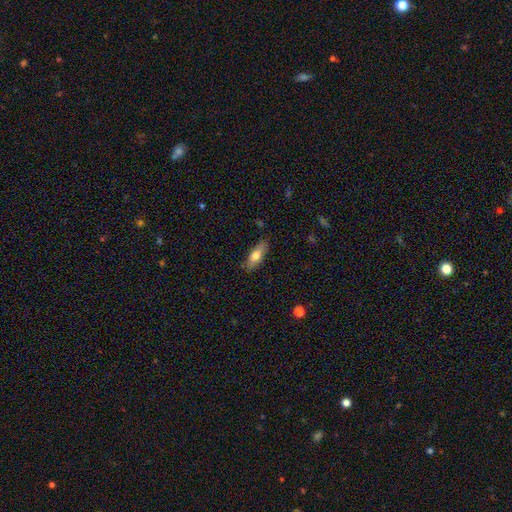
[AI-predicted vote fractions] This appears to be a smooth galaxy with no disk features (65%) that is in between round and cigar-shaped (56%). Merging: none (84%).